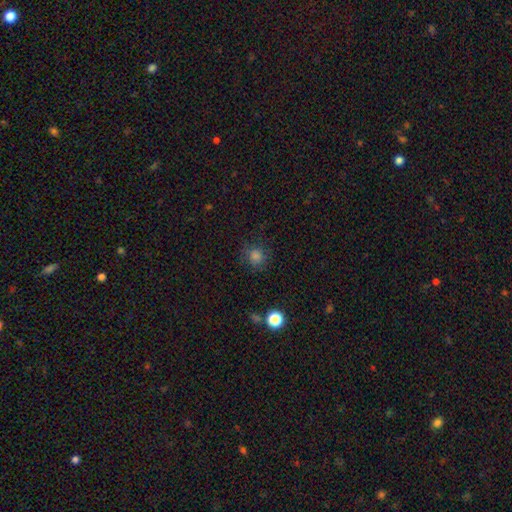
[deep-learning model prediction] Smooth or featured? smooth (77%)
How rounded? round (90%)
Merging? none (80%)